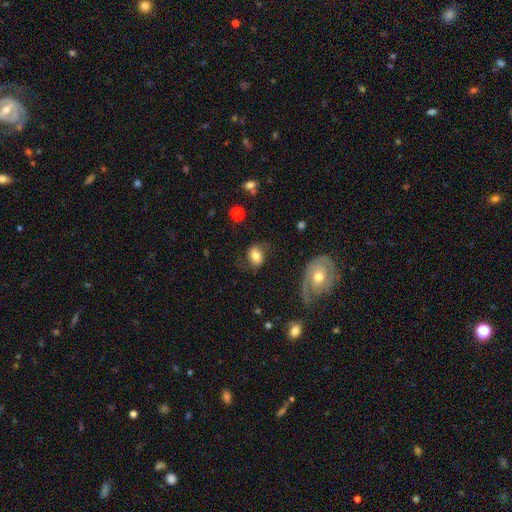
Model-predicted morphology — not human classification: The model was most divided on "how rounded": in between: 66%, round: 33%, cigar-shaped: 1%. More confident: smooth or featured — smooth (70%); merging — none (68%).